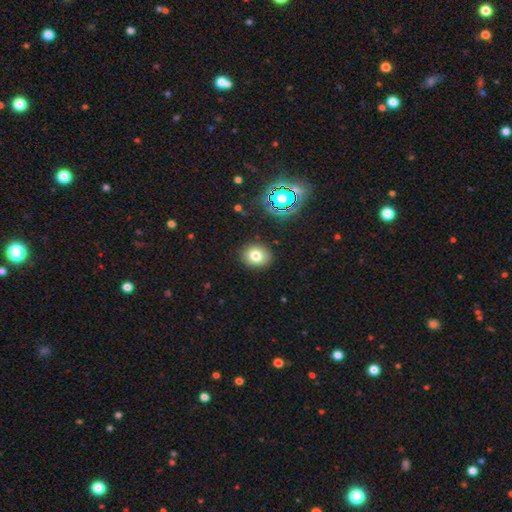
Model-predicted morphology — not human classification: This is likely a smooth galaxy (77%). How rounded: possibly round (59%). Merging: clearly none (88%).